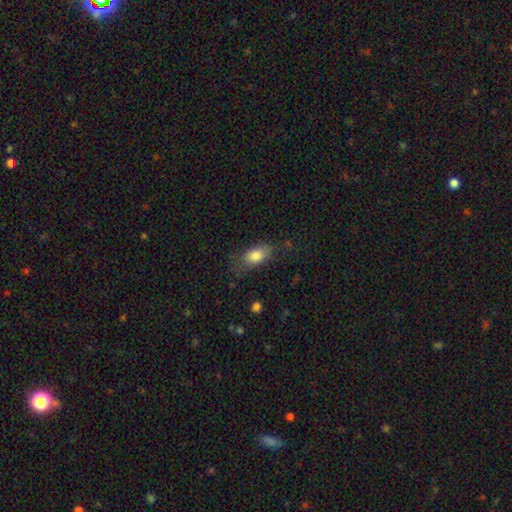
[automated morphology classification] smooth_or_featured: smooth (p=0.81) [alt: featured or disk p=0.11]
how_rounded: in between (p=0.85) [alt: round p=0.08]
merging: none (p=0.65) [alt: minor disturbance p=0.23]